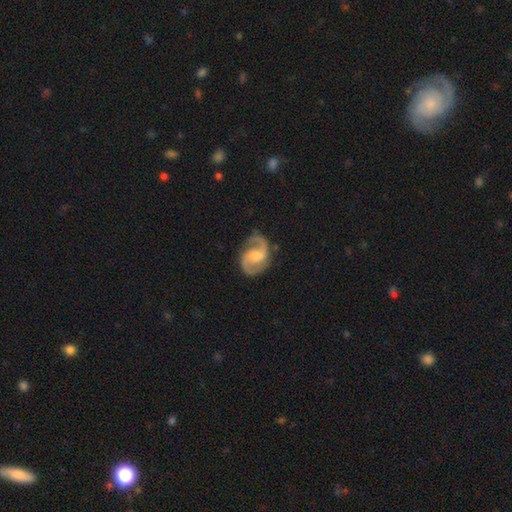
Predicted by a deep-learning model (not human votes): This appears to be a featured or disk galaxy (91%) with a weak bar (48%), 2 (94%) medium (61%) spiral arms (98%) and a moderate central bulge (36%). Merging: none (81%).